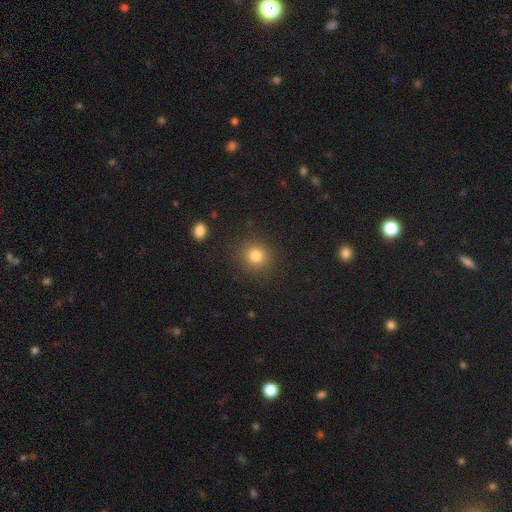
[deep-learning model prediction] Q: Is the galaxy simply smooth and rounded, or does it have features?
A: smooth — 81%.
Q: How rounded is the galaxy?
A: round — 88%.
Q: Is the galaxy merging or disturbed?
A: none — 88%.